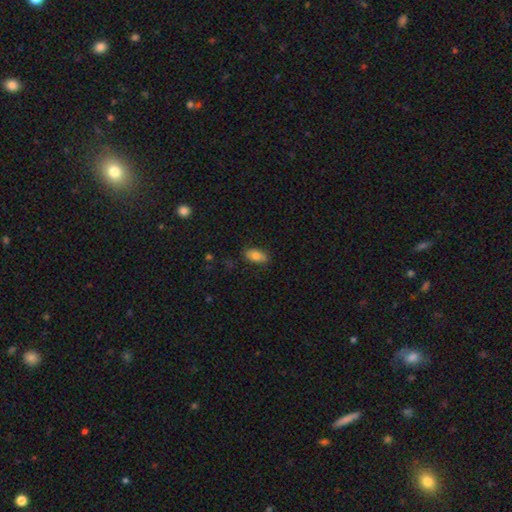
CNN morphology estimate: Q: Smooth or featured?
A: smooth (78%); runner-up: featured or disk (14%)
Q: How rounded?
A: in between (91%); runner-up: cigar-shaped (5%)
Q: Merging?
A: none (83%); runner-up: minor disturbance (14%)